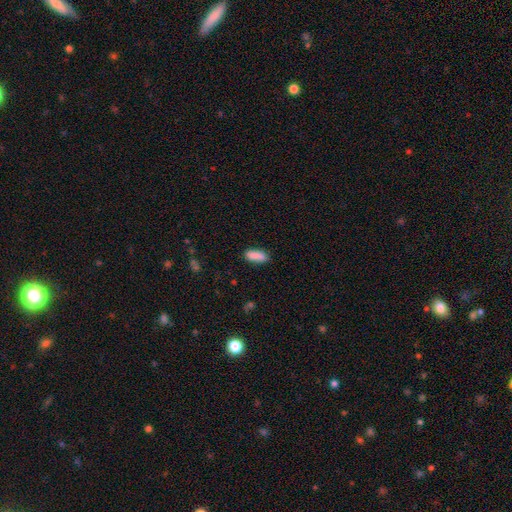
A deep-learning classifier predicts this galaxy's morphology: This is clearly a smooth galaxy (87%). How rounded: likely in between (66%). Merging: clearly none (81%).